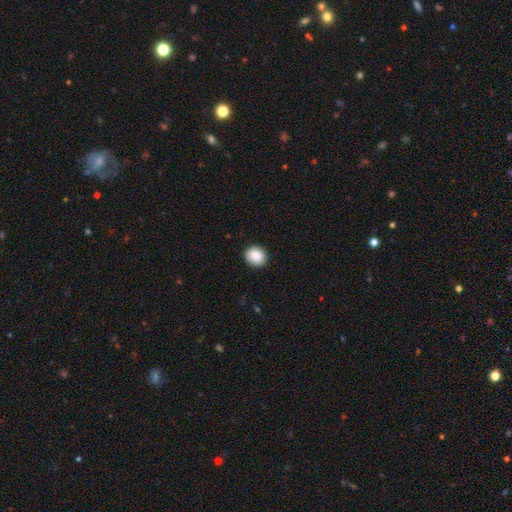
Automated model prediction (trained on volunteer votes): Smooth or featured: smooth — 88% (star or artifact — 8%)
How rounded: round — 87% (in between — 12%)
Merging: none — 91% (minor disturbance — 7%)